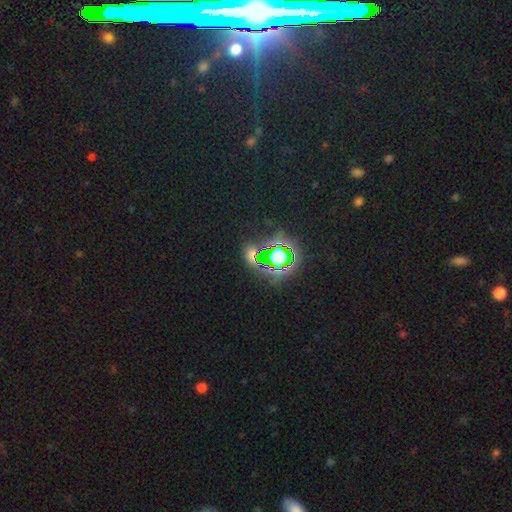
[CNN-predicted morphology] A star or artifact, not a galaxy (74%).

Vote fractions:
- Smooth or featured? star or artifact: 74% / smooth: 16% / featured or disk: 10%